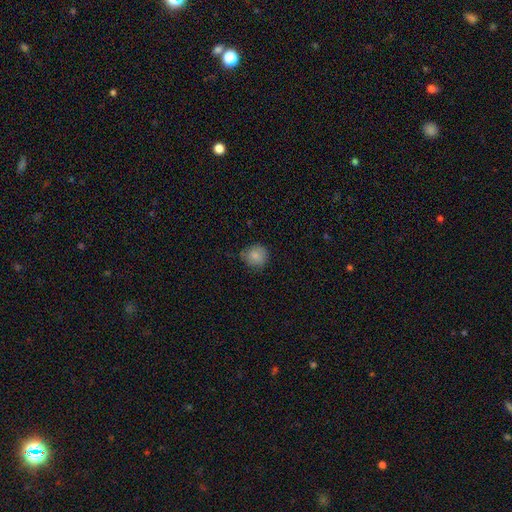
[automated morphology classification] Overall: smooth (83%). How rounded: round (85%). Merging: none (70%).